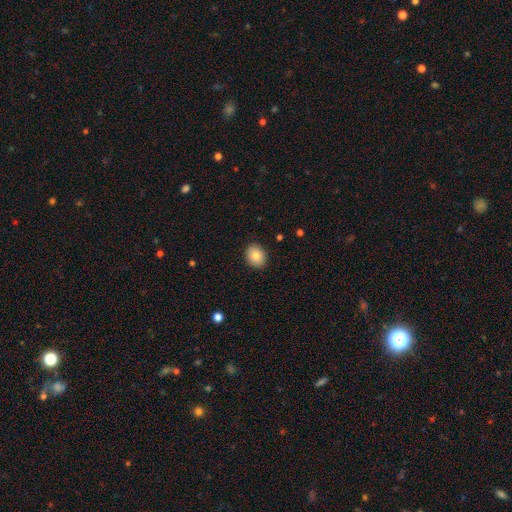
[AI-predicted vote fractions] Smooth or featured? Predicted: smooth (p=0.84). How rounded? Predicted: round (p=0.50). Merging? Predicted: none (p=0.90).